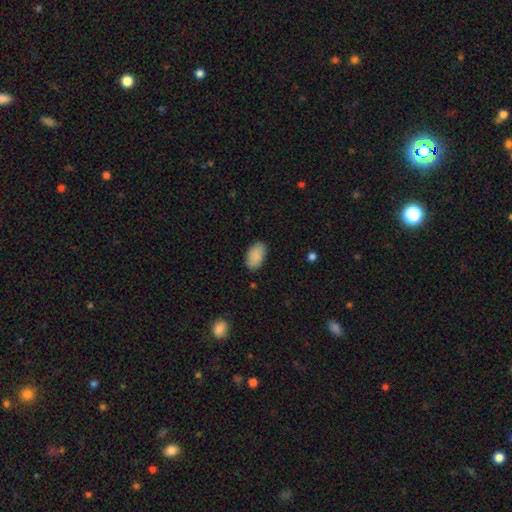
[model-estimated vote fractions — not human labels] Overall: smooth (88%). How rounded: in between (93%). Merging: none (82%).